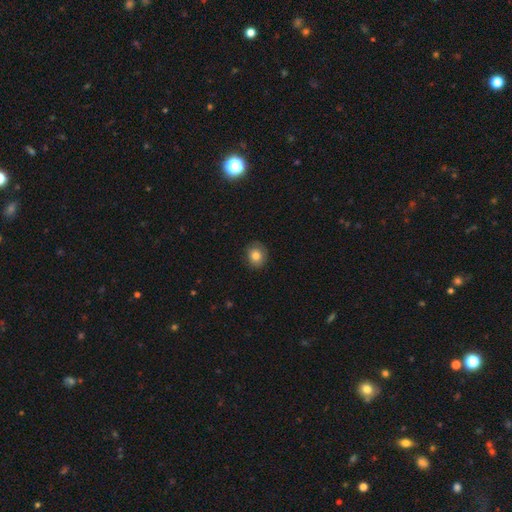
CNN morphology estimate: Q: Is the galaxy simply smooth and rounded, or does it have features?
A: smooth — 81%.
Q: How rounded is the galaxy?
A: round — 73%.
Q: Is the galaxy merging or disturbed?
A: none — 87%.